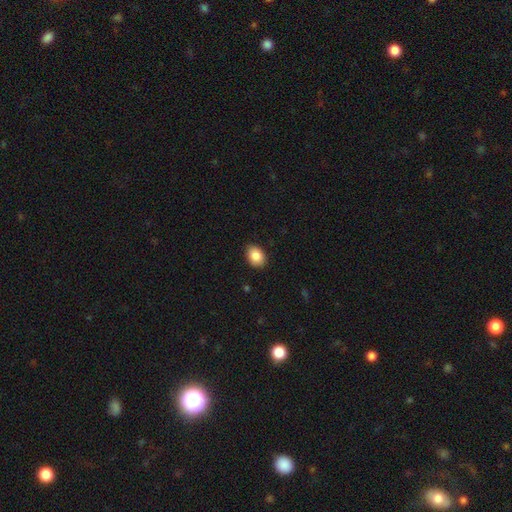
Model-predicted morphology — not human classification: Q: Smooth or featured?
A: smooth (86%); runner-up: star or artifact (8%)
Q: How rounded?
A: in between (72%); runner-up: round (27%)
Q: Merging?
A: none (88%); runner-up: minor disturbance (9%)